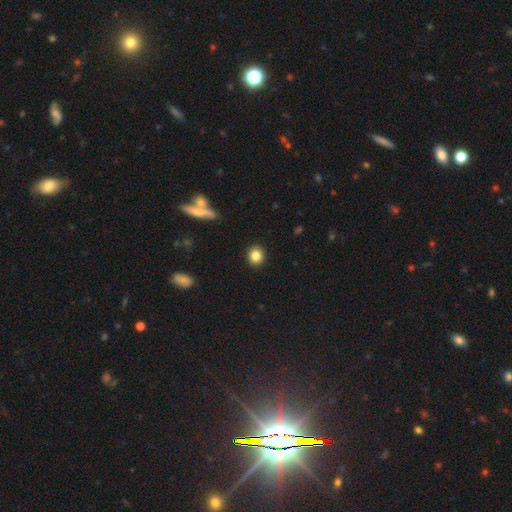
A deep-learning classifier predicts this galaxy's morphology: smooth-or-featured: smooth: 84% | star or artifact: 10% | featured or disk: 6%
  how-rounded: round: 80% | in between: 19% | cigar-shaped: 1%
  merging: none: 91% | minor disturbance: 6% | major disturbance: 2% | merger: 1%